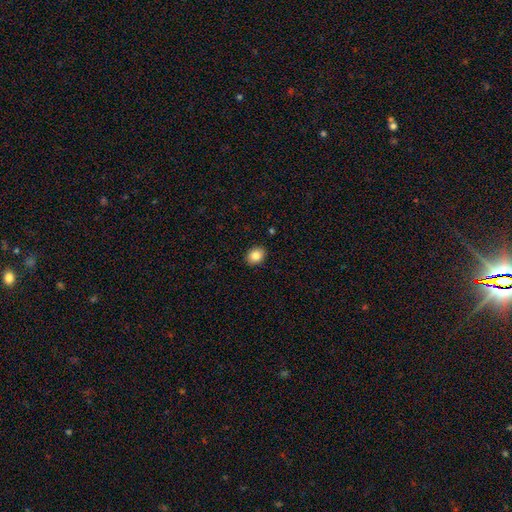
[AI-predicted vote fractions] A smooth galaxy with no disk features (85%) that is in between round and cigar-shaped (53%). Merging: none (90%).